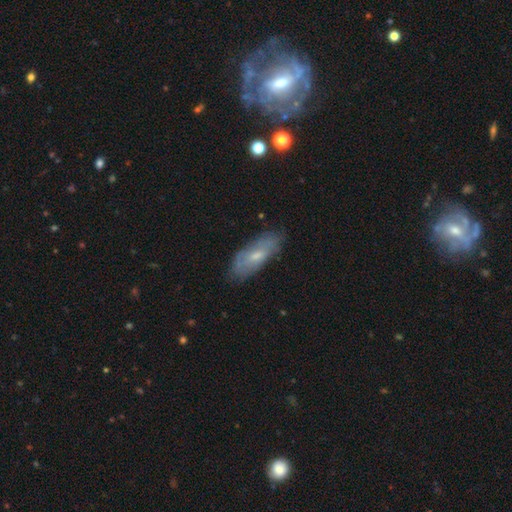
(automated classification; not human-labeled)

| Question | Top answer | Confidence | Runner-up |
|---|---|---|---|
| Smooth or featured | smooth | 50% | featured or disk (43%) |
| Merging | none | 74% | minor disturbance (20%) |